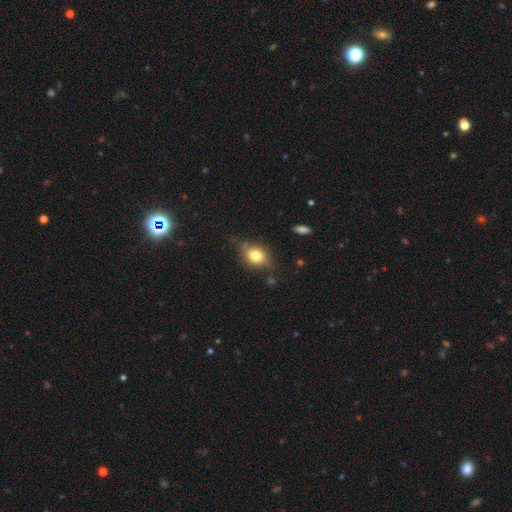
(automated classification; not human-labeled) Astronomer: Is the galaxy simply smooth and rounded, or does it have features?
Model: smooth — 77%.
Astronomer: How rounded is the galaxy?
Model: in between — 56% (runner-up: round, 42%).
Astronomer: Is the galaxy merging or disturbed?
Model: none — 66%.